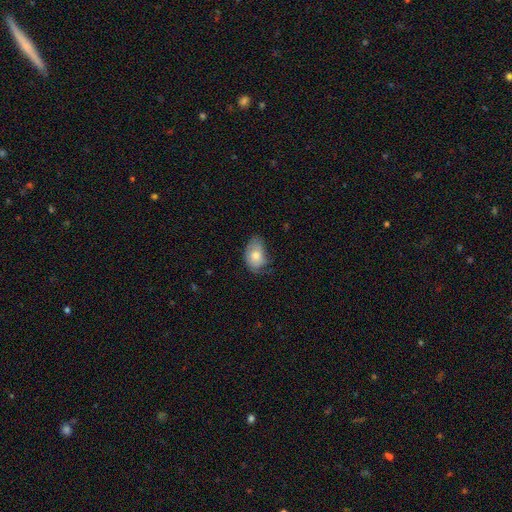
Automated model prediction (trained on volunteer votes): Smooth or featured? smooth (71%)
How rounded? in between (82%)
Merging? none (55%)